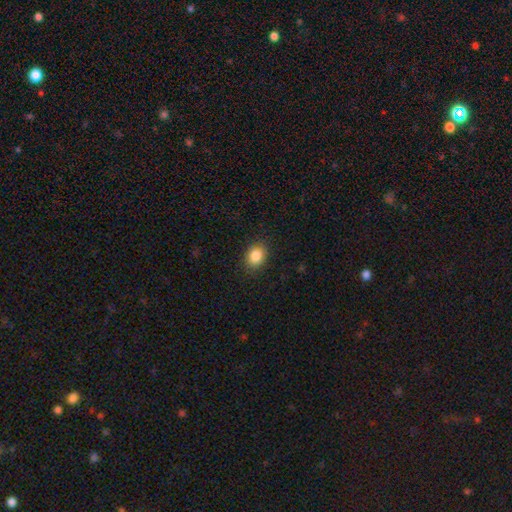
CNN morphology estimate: Smooth or featured? Predicted: smooth (p=0.87). How rounded? Predicted: in between (p=0.61). Merging? Predicted: none (p=0.87).